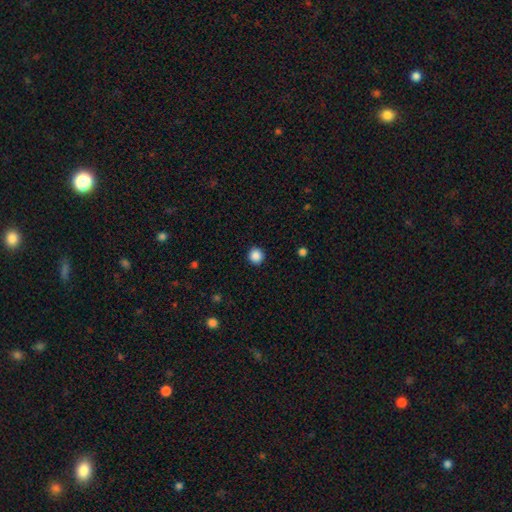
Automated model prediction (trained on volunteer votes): Smooth or featured? Predicted: smooth (p=0.88). How rounded? Predicted: round (p=0.93). Merging? Predicted: none (p=0.92).